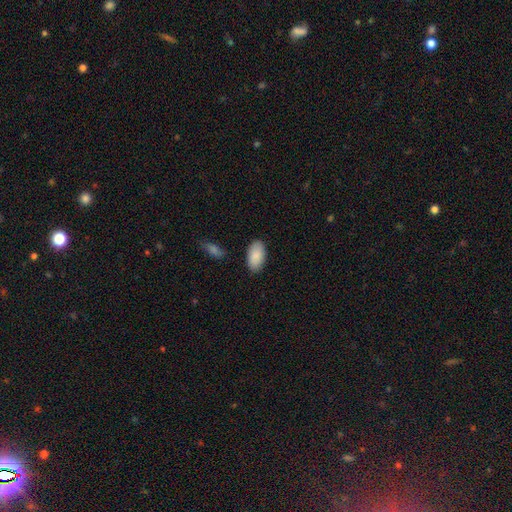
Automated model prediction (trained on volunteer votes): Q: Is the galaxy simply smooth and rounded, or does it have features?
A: smooth — 89%.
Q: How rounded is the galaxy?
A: in between — 95%.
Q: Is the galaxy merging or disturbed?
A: none — 85%.